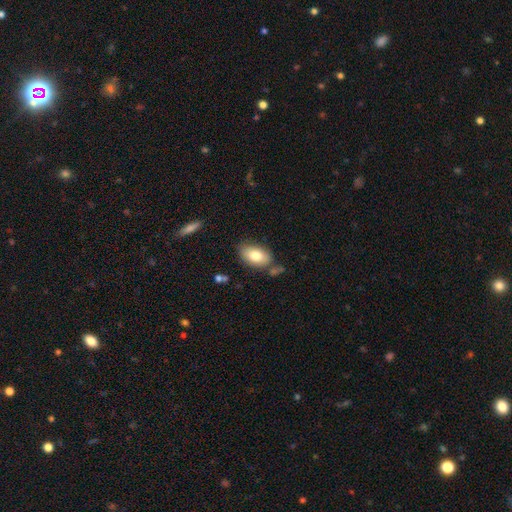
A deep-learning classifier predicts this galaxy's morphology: type=smooth (79%); roundness=in between (92%); merging=none (73%).